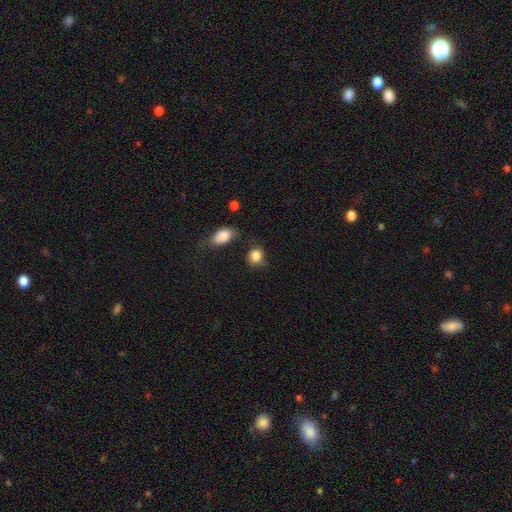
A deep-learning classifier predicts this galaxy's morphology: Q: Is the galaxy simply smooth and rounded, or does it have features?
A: smooth — 85%.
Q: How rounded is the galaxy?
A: round — 68%.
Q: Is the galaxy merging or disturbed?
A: none — 64%.